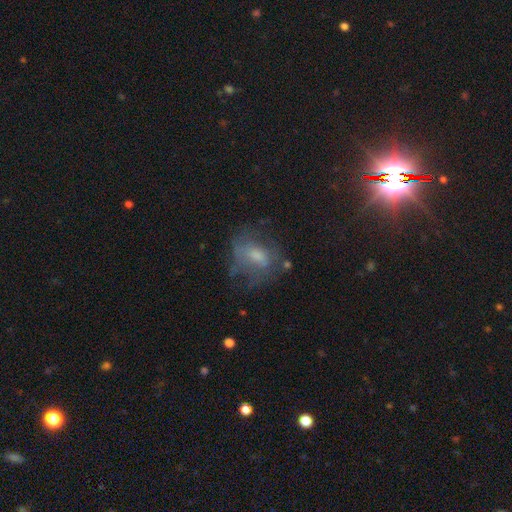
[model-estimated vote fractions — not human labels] This appears to be a smooth galaxy with no disk features (43%, tied with featured or disk). Merging: none (49%).